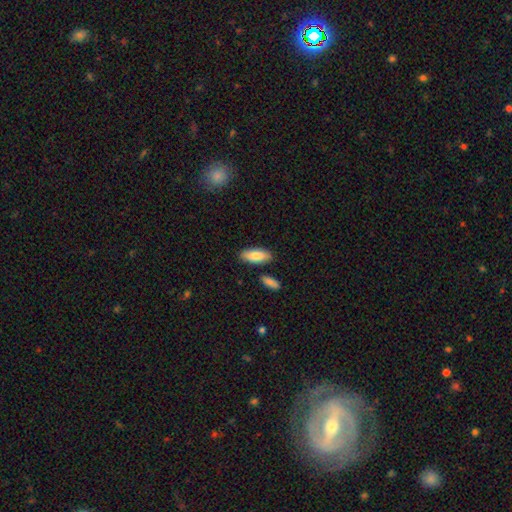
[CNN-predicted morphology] Q: Smooth or featured?
A: smooth (81%); runner-up: featured or disk (13%)
Q: How rounded?
A: in between (79%); runner-up: cigar-shaped (19%)
Q: Merging?
A: none (83%); runner-up: minor disturbance (10%)